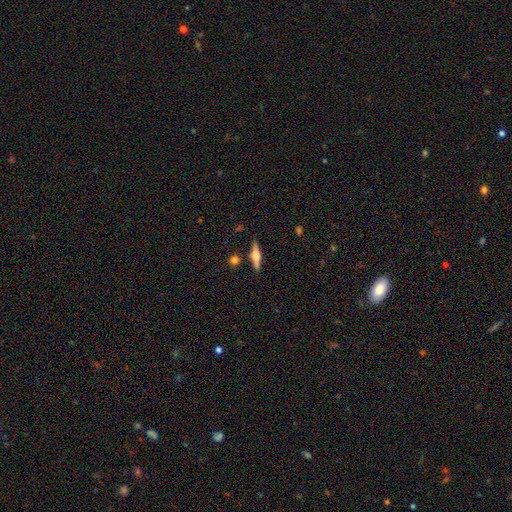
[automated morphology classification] Q: Smooth or featured?
A: featured or disk (71%); runner-up: smooth (22%)
Q: Edge-on disk?
A: yes (97%); runner-up: no (3%)
Q: Edge-on bulge?
A: rounded (92%); runner-up: boxy (6%)
Q: Merging?
A: none (86%); runner-up: minor disturbance (9%)